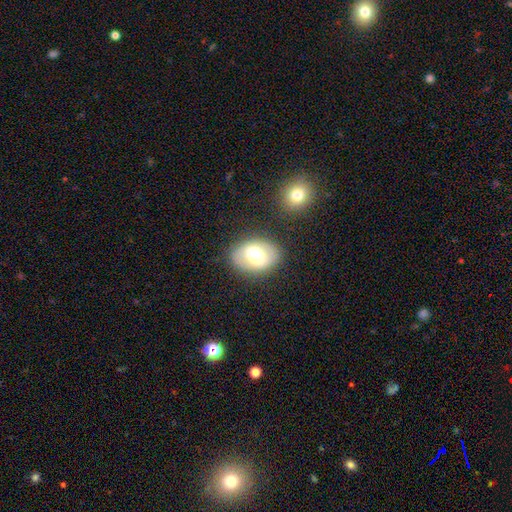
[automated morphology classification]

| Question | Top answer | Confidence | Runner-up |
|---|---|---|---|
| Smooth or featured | smooth | 59% | featured or disk (34%) |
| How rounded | in between | 76% | round (23%) |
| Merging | none | 81% | minor disturbance (12%) |